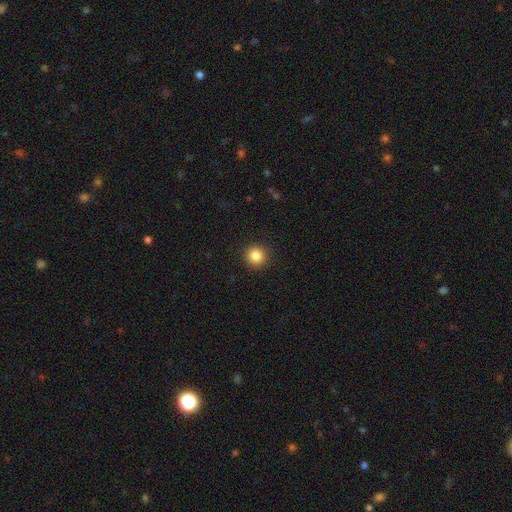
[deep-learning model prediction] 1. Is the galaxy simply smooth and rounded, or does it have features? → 85% smooth, 11% star or artifact, 4% featured or disk.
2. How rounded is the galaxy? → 93% round, 6% in between, 1% cigar-shaped.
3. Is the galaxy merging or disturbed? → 91% none, 6% minor disturbance, 2% major disturbance, 1% merger.